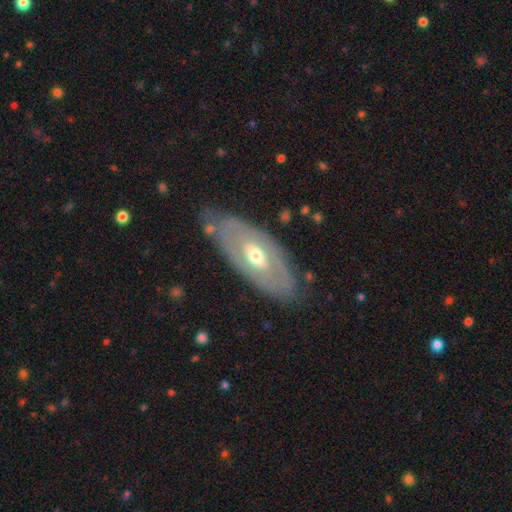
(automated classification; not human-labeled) Smooth or featured? featured or disk (68%)
Edge-on disk? no (84%)
Bar? no (71%)
Spiral arms? no (68%)
Bulge size? moderate (63%)
Merging? none (78%)